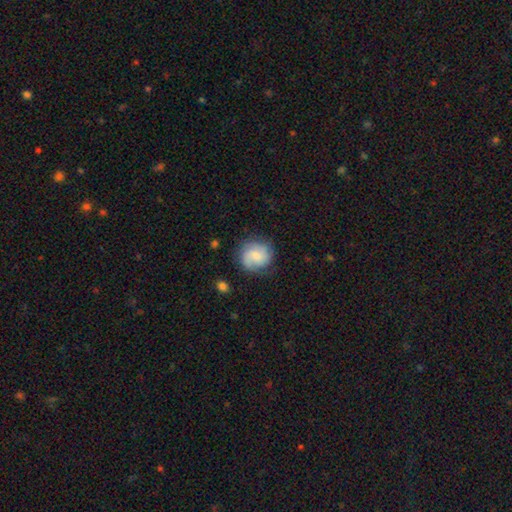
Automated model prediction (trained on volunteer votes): Q: Smooth or featured?
A: smooth (47%); runner-up: featured or disk (45%)
Q: Merging?
A: none (78%); runner-up: minor disturbance (15%)